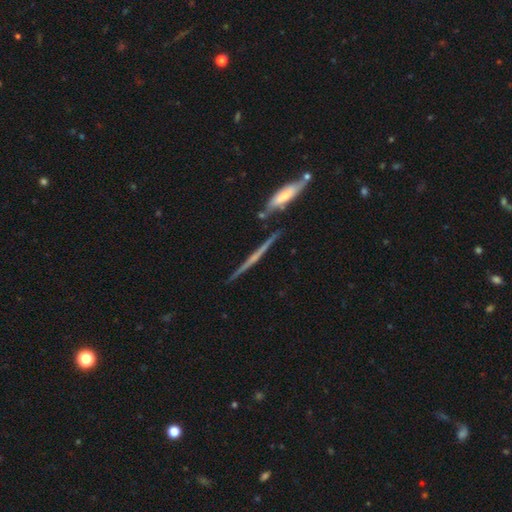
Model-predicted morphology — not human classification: This is likely a featured or disk galaxy (73%). It is clearly viewed edge-on (97%). Edge-on bulge: possibly none (52%). Merging: clearly none (80%).